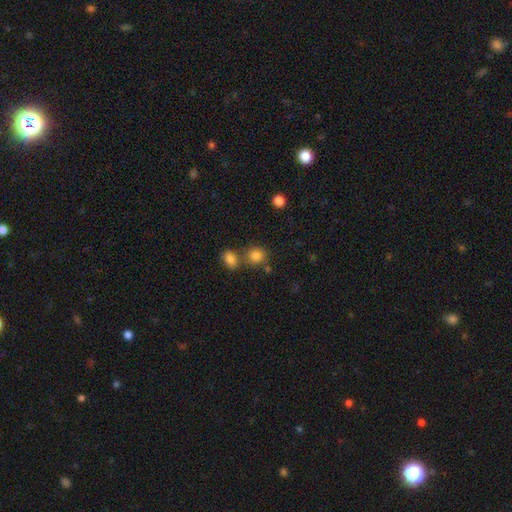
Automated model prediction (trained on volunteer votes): The model was most divided on "merging": none: 57%, merger: 29%, minor disturbance: 10%, major disturbance: 4%. More confident: smooth or featured — smooth (82%); how rounded — round (77%).